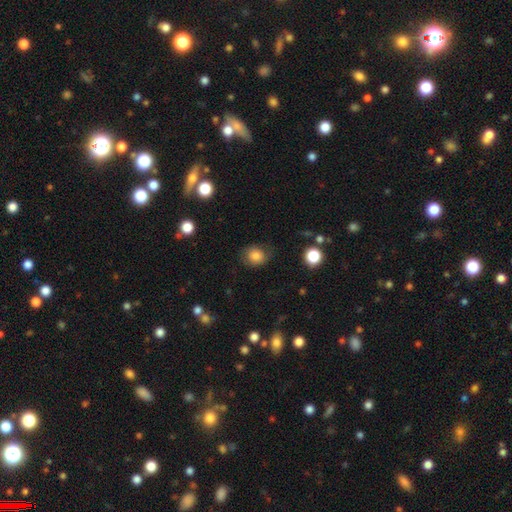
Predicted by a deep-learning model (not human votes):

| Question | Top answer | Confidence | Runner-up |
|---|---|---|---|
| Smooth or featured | smooth | 77% | featured or disk (12%) |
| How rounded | round | 68% | in between (31%) |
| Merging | none | 69% | minor disturbance (21%) |